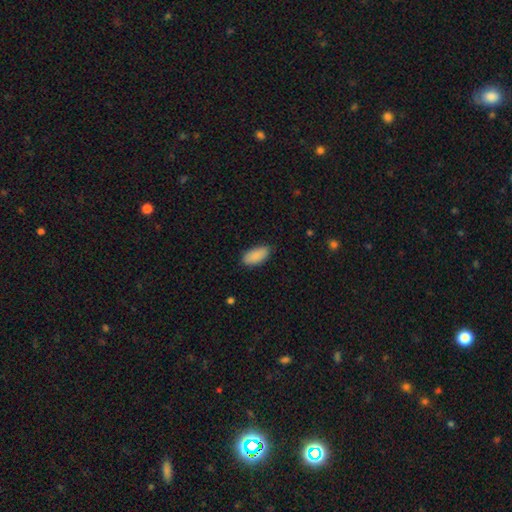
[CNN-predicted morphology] This appears to be a smooth galaxy with no disk features (89%) that is in between round and cigar-shaped (91%). Merging: none (83%).